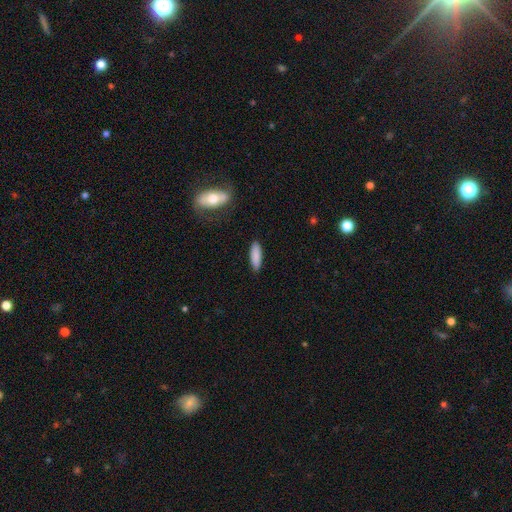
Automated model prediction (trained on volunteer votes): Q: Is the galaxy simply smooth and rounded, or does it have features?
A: smooth — 87%.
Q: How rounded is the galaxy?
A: cigar-shaped — 54%.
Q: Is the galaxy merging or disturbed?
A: none — 88%.